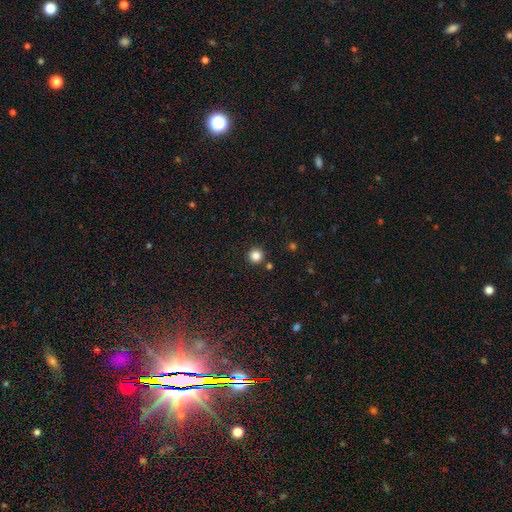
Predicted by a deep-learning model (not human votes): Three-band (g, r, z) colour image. It shows a smooth galaxy with no disk features (85%) that is round (96%). Merging: none (90%).